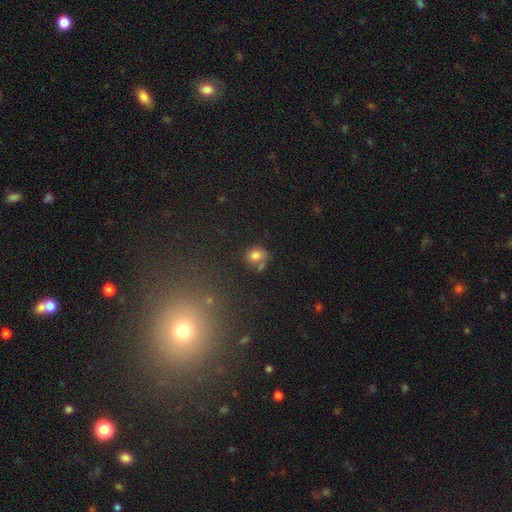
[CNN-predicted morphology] This appears to be a smooth galaxy with no disk features (78%) that is round (66%). Merging: none (54%).